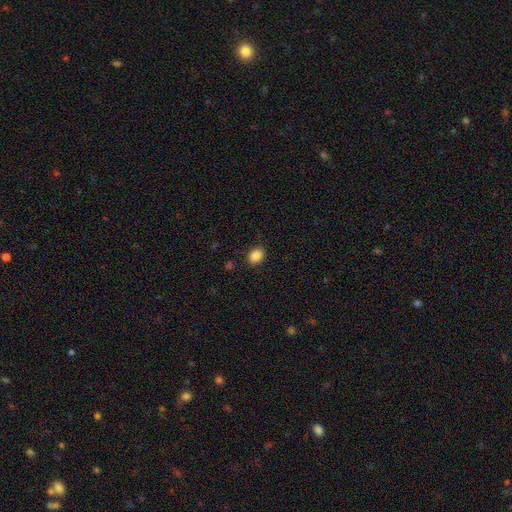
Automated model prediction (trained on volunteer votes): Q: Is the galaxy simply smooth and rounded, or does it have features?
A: smooth — 86%.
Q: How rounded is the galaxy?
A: in between — 63%.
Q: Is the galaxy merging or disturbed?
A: none — 86%.